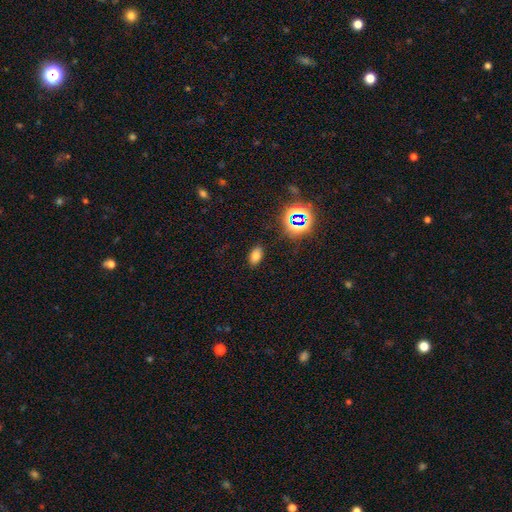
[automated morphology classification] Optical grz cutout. It shows a smooth galaxy with no disk features (72%) that is in between round and cigar-shaped (89%). Merging: none (85%).